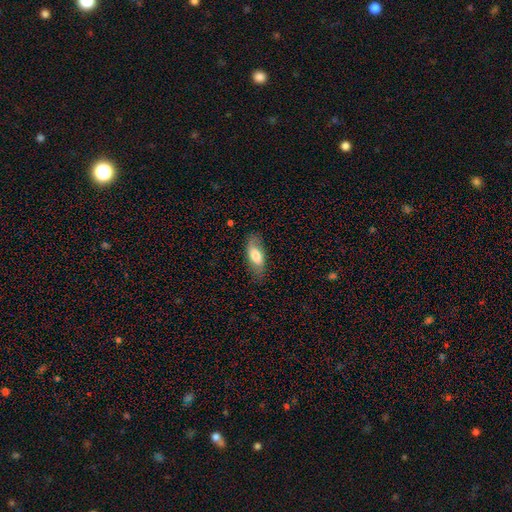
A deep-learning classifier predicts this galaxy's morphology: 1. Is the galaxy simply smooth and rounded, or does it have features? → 67% smooth, 26% featured or disk, 6% star or artifact.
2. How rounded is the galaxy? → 81% in between, 16% cigar-shaped, 3% round.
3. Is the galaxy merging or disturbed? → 75% none, 19% minor disturbance, 5% major disturbance, 1% merger.